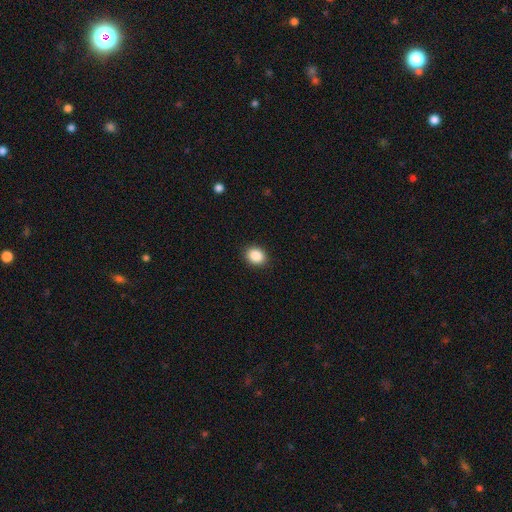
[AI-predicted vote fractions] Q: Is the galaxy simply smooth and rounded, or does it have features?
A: smooth — 88%.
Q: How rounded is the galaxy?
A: round — 53%.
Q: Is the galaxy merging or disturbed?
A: none — 90%.